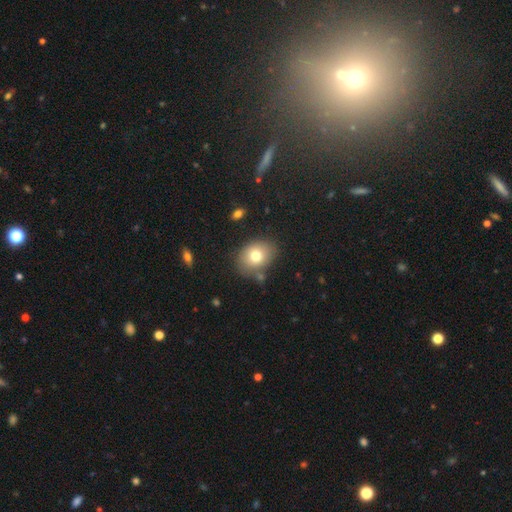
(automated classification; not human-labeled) Smooth or featured? smooth (76%)
How rounded? in between (65%)
Merging? none (75%)